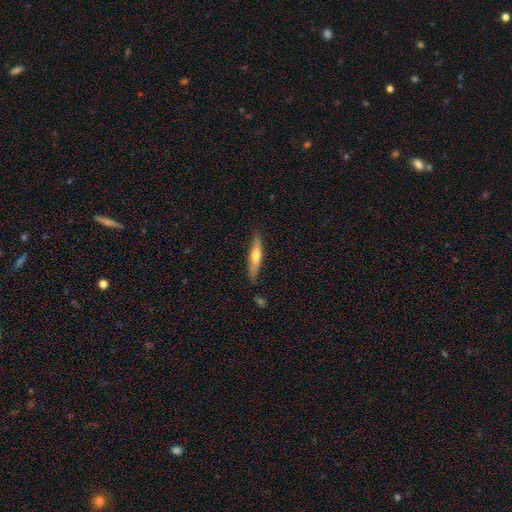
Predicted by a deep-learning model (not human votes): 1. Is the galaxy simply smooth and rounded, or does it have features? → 50% smooth, 45% featured or disk, 6% star or artifact.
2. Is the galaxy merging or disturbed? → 83% none, 13% minor disturbance, 2% major disturbance, 2% merger.